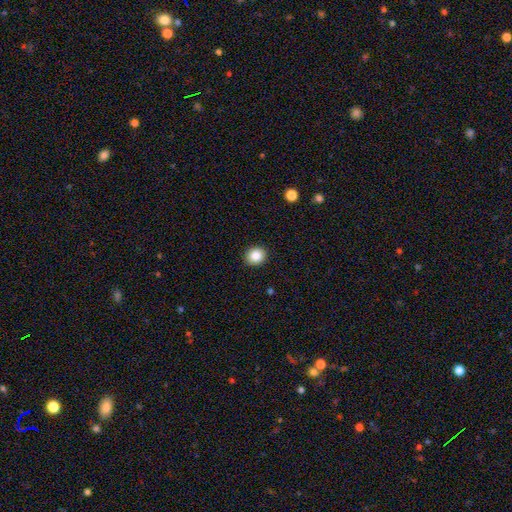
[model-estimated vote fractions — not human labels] Smooth or featured? Predicted: smooth (p=0.86). How rounded? Predicted: round (p=0.74). Merging? Predicted: none (p=0.91).